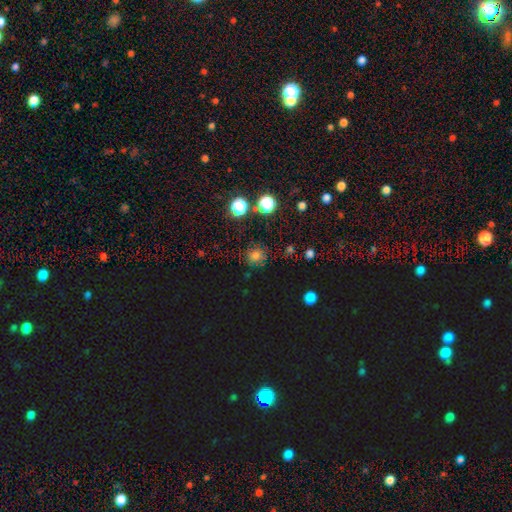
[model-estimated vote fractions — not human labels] Smooth or featured?
  - smooth: 59% *
  - star or artifact: 31%
  - featured or disk: 10%
How rounded?
  - round: 85% *
  - in between: 14%
  - cigar-shaped: 1%
Merging?
  - none: 81% *
  - minor disturbance: 12%
  - major disturbance: 4%
  - merger: 3%